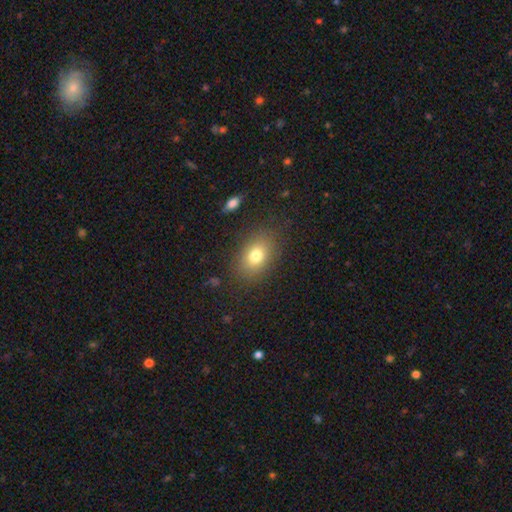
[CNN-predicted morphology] Smooth or featured?
  - smooth: 77% *
  - featured or disk: 12%
  - star or artifact: 11%
How rounded?
  - in between: 74% *
  - round: 25%
  - cigar-shaped: 1%
Merging?
  - none: 83% *
  - minor disturbance: 11%
  - major disturbance: 4%
  - merger: 1%